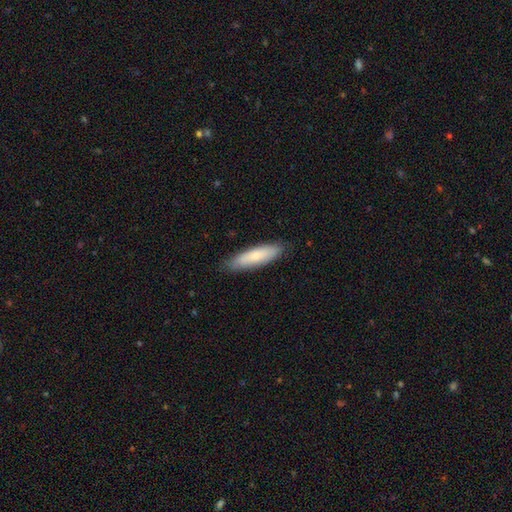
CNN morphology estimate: A smooth galaxy with no disk features (78%) that is cigar-shaped (65%).

Vote fractions:
- Smooth or featured? smooth: 78% / featured or disk: 16% / star or artifact: 6%
- How rounded? cigar-shaped: 65% / in between: 34% / round: 1%
- Merging? none: 85% / minor disturbance: 12% / major disturbance: 2% / merger: 1%